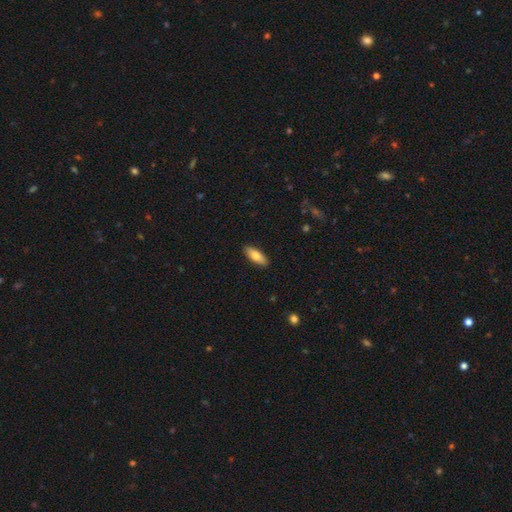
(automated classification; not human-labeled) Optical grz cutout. It shows a smooth galaxy with no disk features (77%) that is in between round and cigar-shaped (75%). Merging: none (90%).